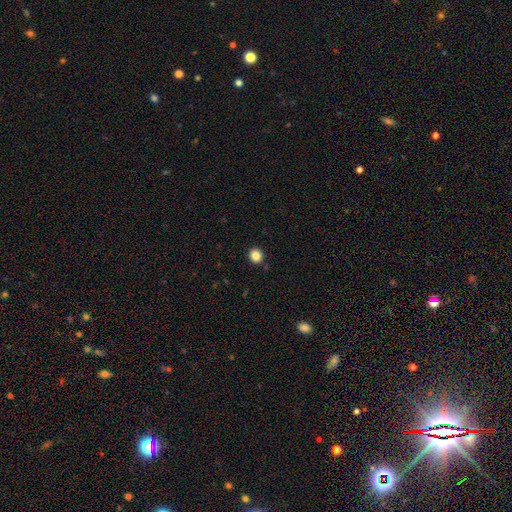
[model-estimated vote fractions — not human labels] This is clearly a smooth galaxy (85%). How rounded: clearly round (84%). Merging: clearly none (91%).